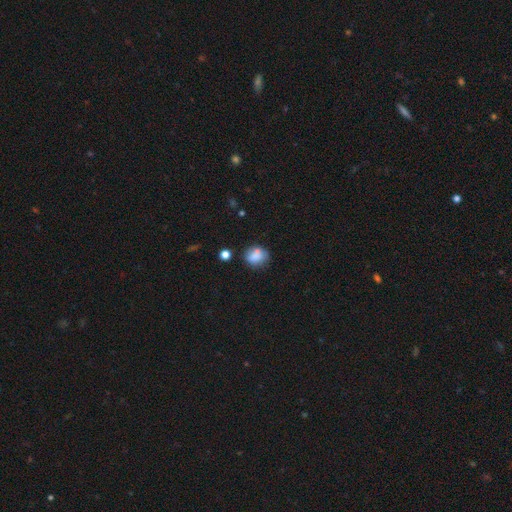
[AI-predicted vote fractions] Q: Smooth or featured?
A: smooth (79%); runner-up: featured or disk (11%)
Q: How rounded?
A: round (58%); runner-up: in between (41%)
Q: Merging?
A: none (60%); runner-up: minor disturbance (22%)